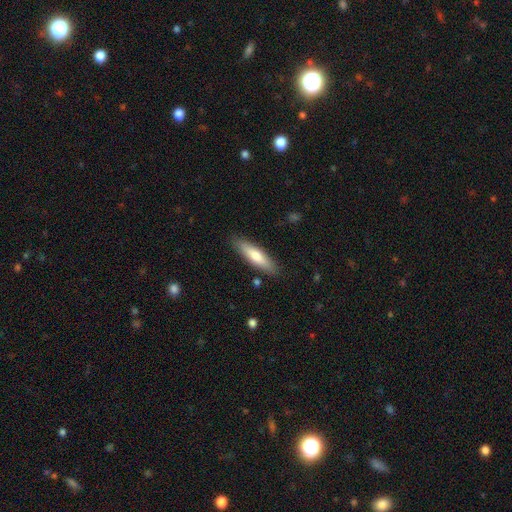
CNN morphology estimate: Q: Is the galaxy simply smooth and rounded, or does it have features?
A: smooth — 70%.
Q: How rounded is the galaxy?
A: cigar-shaped — 70%.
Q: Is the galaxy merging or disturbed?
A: none — 87%.